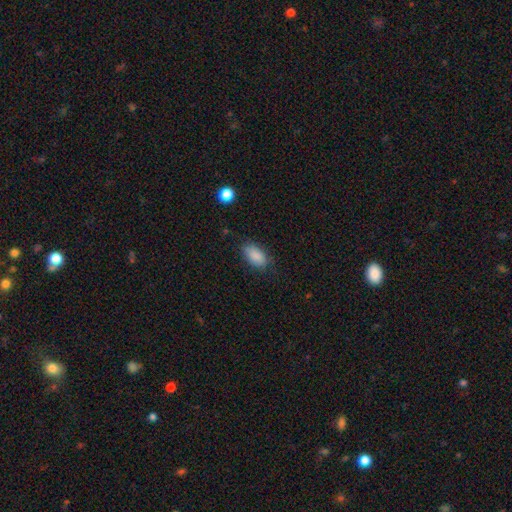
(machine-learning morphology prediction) Smooth or featured? Predicted: smooth (p=0.88). How rounded? Predicted: in between (p=0.92). Merging? Predicted: none (p=0.78).